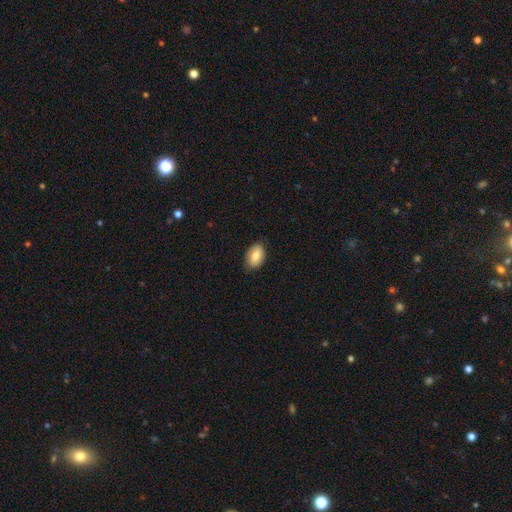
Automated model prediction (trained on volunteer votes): A smooth galaxy with no disk features (80%) that is in between round and cigar-shaped (89%). Merging: none (81%).